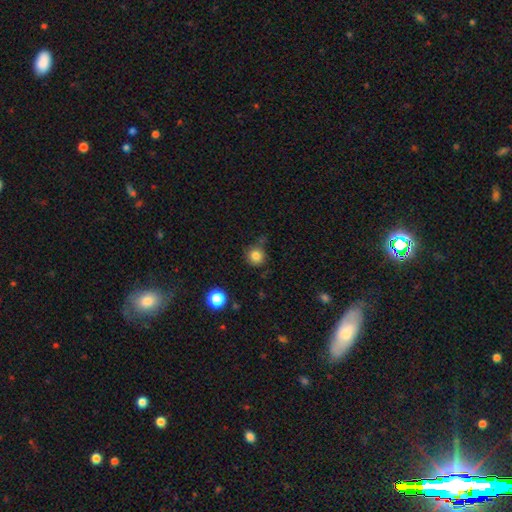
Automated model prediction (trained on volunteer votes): smooth_or_featured: smooth (p=0.82) [alt: star or artifact p=0.12]
how_rounded: round (p=0.92) [alt: in between p=0.07]
merging: none (p=0.72) [alt: minor disturbance p=0.18]